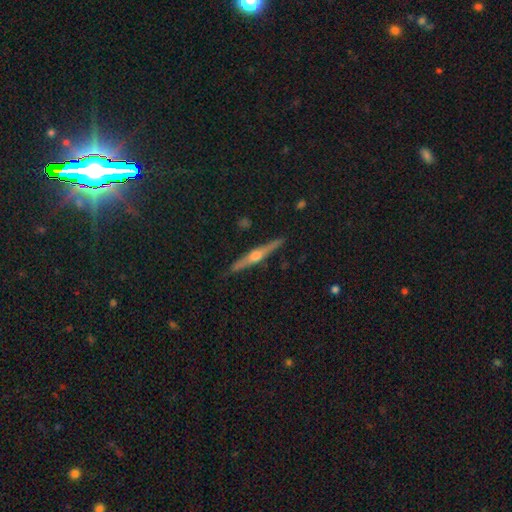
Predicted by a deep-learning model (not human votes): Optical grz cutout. It shows a featured or disk galaxy (81%) viewed edge-on (98%) with a rounded central bulge (93%). Merging: none (92%).